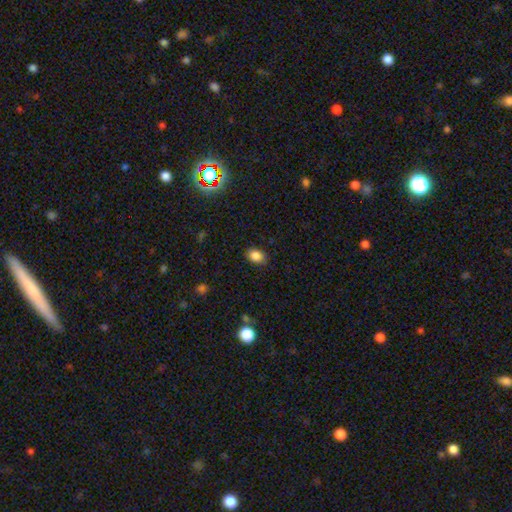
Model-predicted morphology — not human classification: This is clearly a smooth galaxy (85%). How rounded: likely in between (71%). Merging: clearly none (84%).